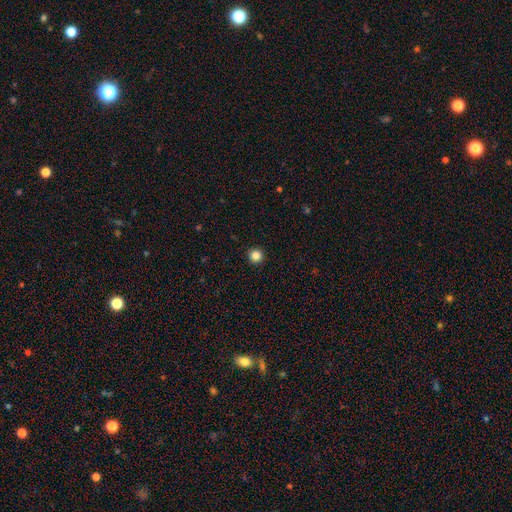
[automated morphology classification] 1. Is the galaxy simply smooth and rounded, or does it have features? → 85% smooth, 11% star or artifact, 4% featured or disk.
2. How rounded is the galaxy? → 95% round, 4% in between, 1% cigar-shaped.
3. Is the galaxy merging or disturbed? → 94% none, 4% minor disturbance, 1% major disturbance, 1% merger.